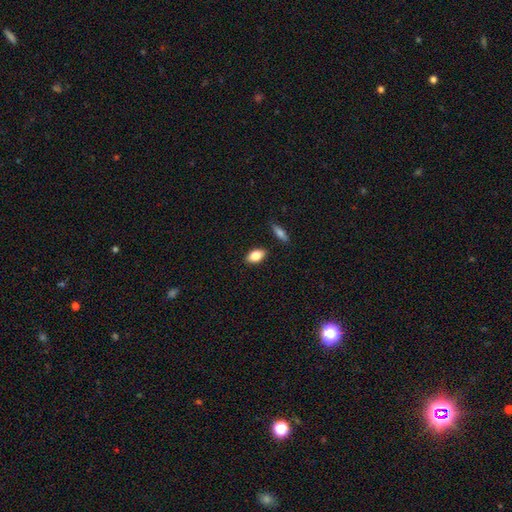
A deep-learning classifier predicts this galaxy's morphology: smooth_or_featured: smooth (p=0.82) [alt: featured or disk p=0.10]
how_rounded: in between (p=0.89) [alt: round p=0.07]
merging: none (p=0.86) [alt: minor disturbance p=0.09]